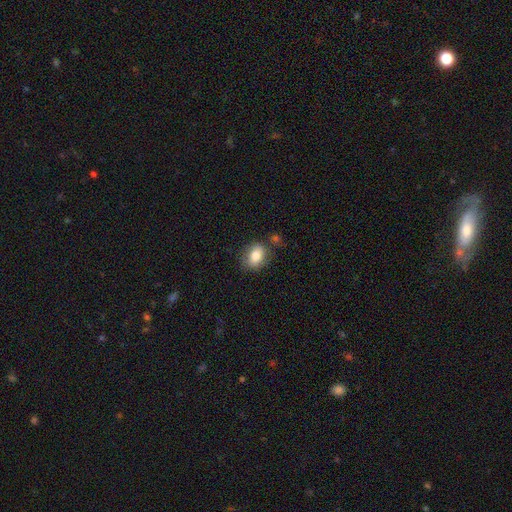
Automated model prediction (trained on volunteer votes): This is clearly a smooth galaxy (81%). How rounded: likely in between (70%). Merging: likely none (74%).